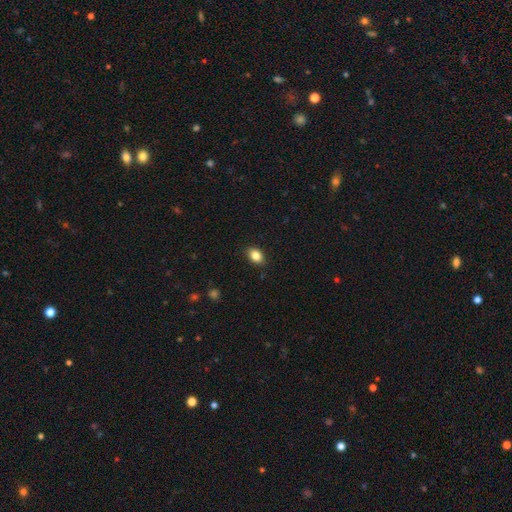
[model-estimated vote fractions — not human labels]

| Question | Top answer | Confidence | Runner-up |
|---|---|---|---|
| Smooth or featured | smooth | 85% | star or artifact (9%) |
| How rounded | in between | 81% | round (18%) |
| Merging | none | 89% | minor disturbance (9%) |